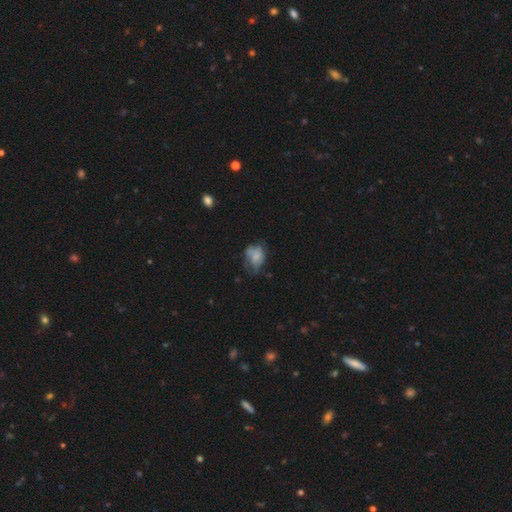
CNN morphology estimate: Q: Smooth or featured?
A: smooth (57%); runner-up: featured or disk (33%)
Q: How rounded?
A: in between (67%); runner-up: round (32%)
Q: Merging?
A: none (33%); tied with: minor disturbance (33%)